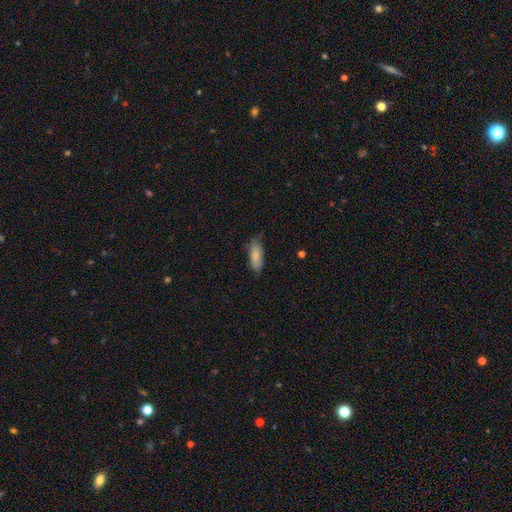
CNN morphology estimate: Smooth or featured? Predicted: smooth (p=0.85). How rounded? Predicted: in between (p=0.70). Merging? Predicted: none (p=0.68).